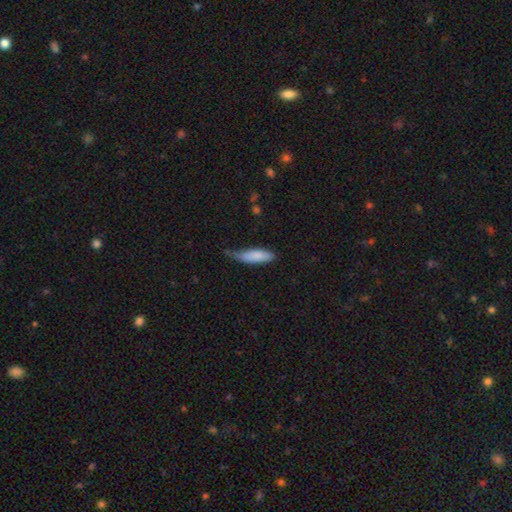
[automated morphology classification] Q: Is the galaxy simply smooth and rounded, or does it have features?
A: smooth — 82%.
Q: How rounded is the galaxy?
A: cigar-shaped — 60%.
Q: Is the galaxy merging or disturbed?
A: minor disturbance — 43%, tied with none.